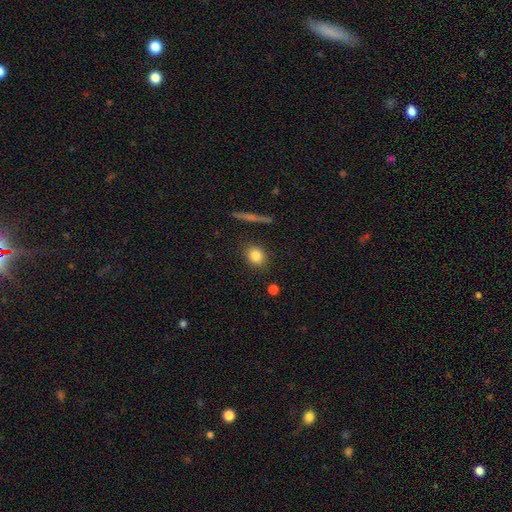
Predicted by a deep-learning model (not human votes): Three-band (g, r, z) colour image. It shows a smooth galaxy with no disk features (83%) that is round (64%). Merging: none (87%).